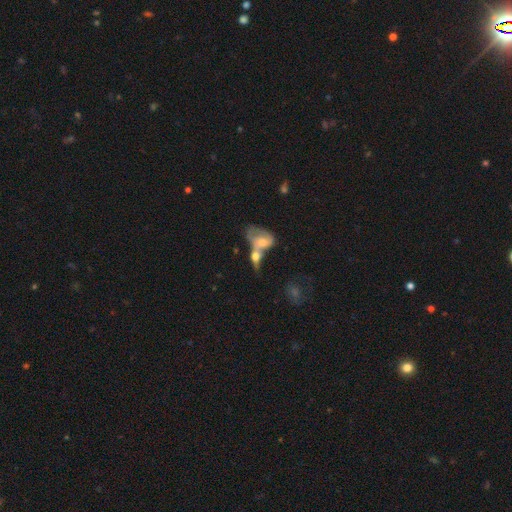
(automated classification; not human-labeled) Overall: featured or disk (49%; smooth 38%). Merging: merger (58%; none 20%).